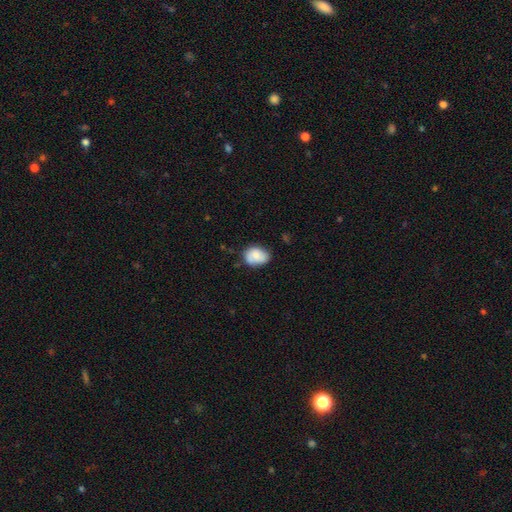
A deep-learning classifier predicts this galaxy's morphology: Q: Smooth or featured?
A: smooth (71%); runner-up: featured or disk (21%)
Q: How rounded?
A: in between (67%); runner-up: round (32%)
Q: Merging?
A: none (64%); runner-up: minor disturbance (27%)